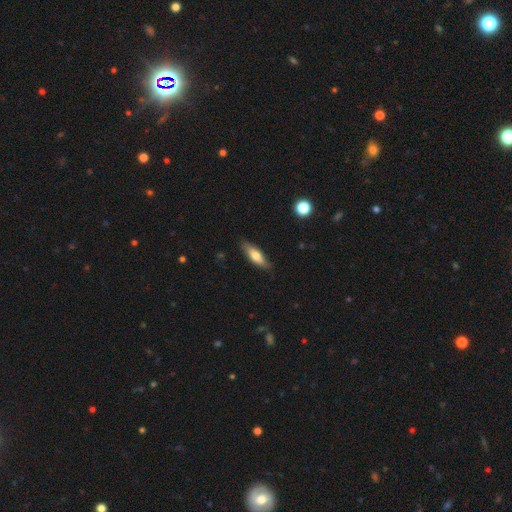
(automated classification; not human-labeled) smooth_or_featured: smooth (p=0.67) [alt: featured or disk p=0.27]
how_rounded: in between (p=0.49) [tied with: cigar-shaped p=0.49]
merging: none (p=0.82) [alt: minor disturbance p=0.14]